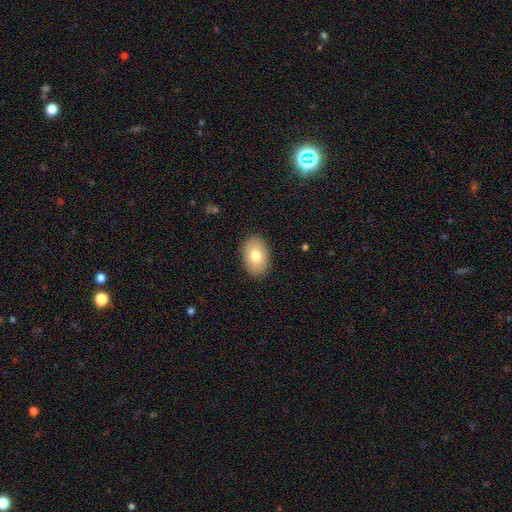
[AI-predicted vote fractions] Smooth or featured? Predicted: smooth (p=0.77). How rounded? Predicted: in between (p=0.87). Merging? Predicted: none (p=0.89).